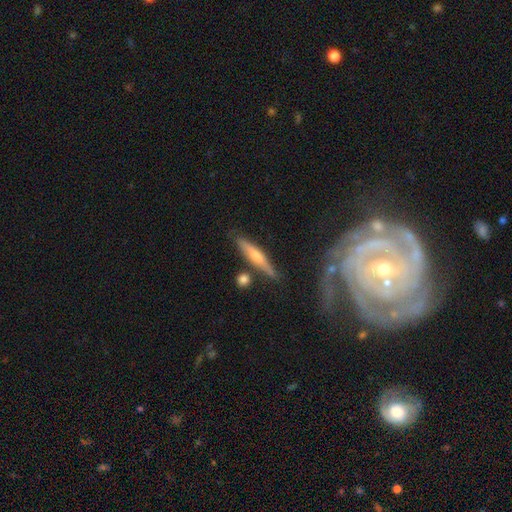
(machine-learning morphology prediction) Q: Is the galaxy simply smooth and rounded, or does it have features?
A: featured or disk — 58%.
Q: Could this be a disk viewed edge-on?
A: yes — 90%.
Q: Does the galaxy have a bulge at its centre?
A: rounded — 75%.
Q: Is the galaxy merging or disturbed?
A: none — 76%.